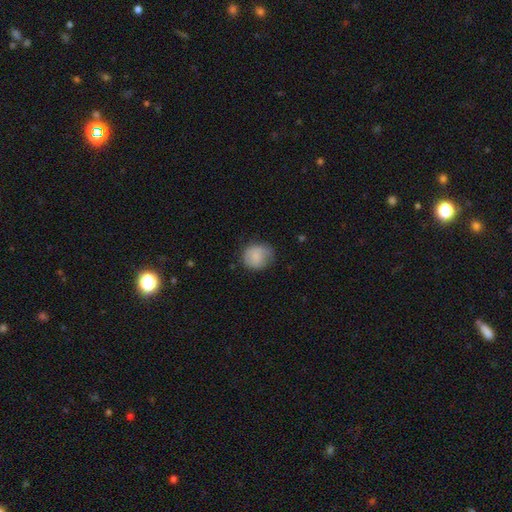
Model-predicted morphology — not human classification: Smooth or featured? Predicted: smooth (p=0.76). How rounded? Predicted: round (p=0.80). Merging? Predicted: none (p=0.61).